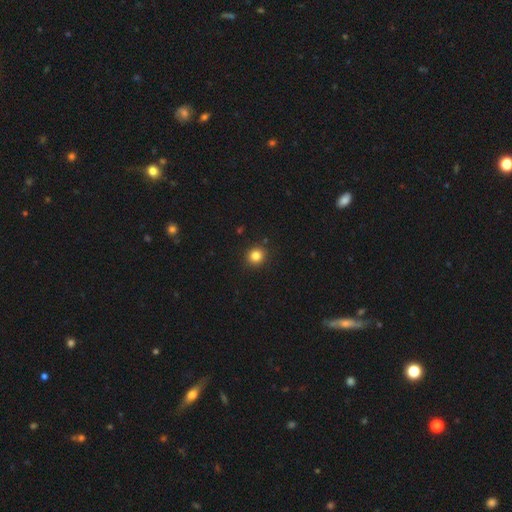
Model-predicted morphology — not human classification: smooth 83%, star or artifact 12%, featured or disk 5%. Down the decision tree: how rounded — round (88%); merging — none (91%).